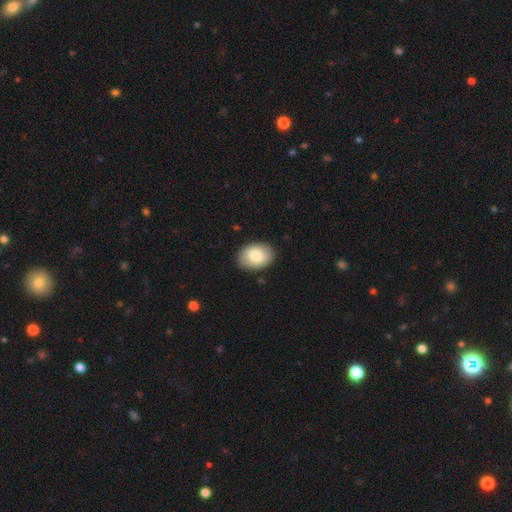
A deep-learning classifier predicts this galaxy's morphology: smooth_or_featured: smooth (p=0.83) [alt: featured or disk p=0.10]
how_rounded: in between (p=0.82) [alt: round p=0.17]
merging: none (p=0.88) [alt: minor disturbance p=0.09]